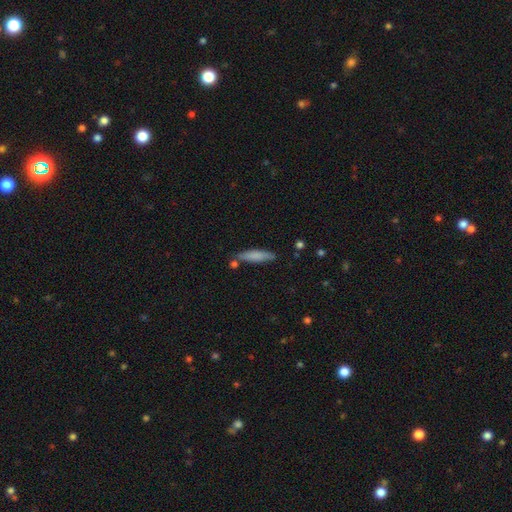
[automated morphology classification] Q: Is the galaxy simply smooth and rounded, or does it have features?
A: smooth — 78%.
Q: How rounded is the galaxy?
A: cigar-shaped — 76%.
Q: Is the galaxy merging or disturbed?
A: none — 75%.